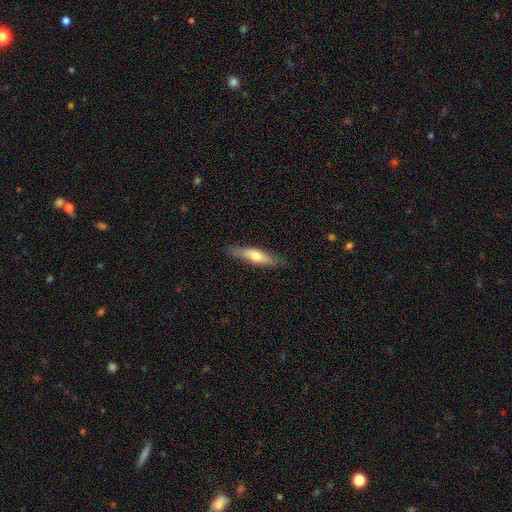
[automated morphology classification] Smooth or featured?
  - smooth: 56% *
  - featured or disk: 38%
  - star or artifact: 6%
How rounded?
  - cigar-shaped: 76% *
  - in between: 22%
  - round: 2%
Merging?
  - none: 83% *
  - minor disturbance: 14%
  - major disturbance: 3%
  - merger: 1%